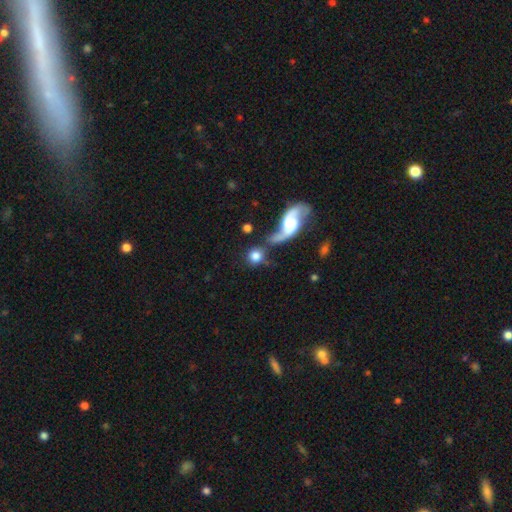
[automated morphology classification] Smooth or featured? smooth (74%)
How rounded? round (83%)
Merging? none (47%)